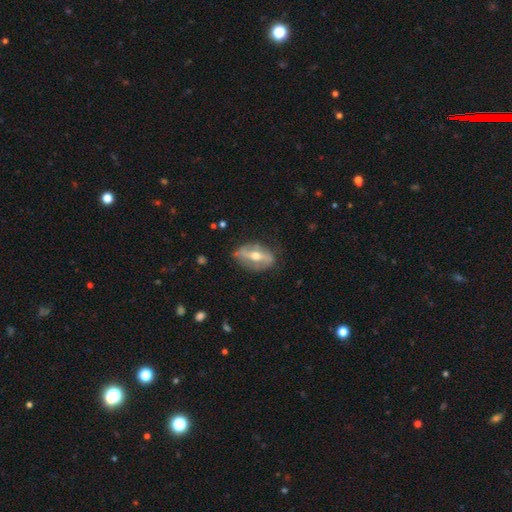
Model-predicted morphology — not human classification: A featured or disk galaxy (72%) with a strong bar (59%), spiral arms (57%) and a moderate central bulge (72%).

Vote fractions:
- Smooth or featured? featured or disk: 72% / smooth: 22% / star or artifact: 6%
- Edge-on disk? no: 79% / yes: 21%
- Bar? strong: 59% / weak: 24% / no: 17%
- Spiral arms? yes: 57% / no: 43%
- Bulge size? moderate: 72% / small: 20% / large: 6% / none: 1% / dominant: 1%
- Merging? none: 75% / minor disturbance: 18% / major disturbance: 6% / merger: 2%